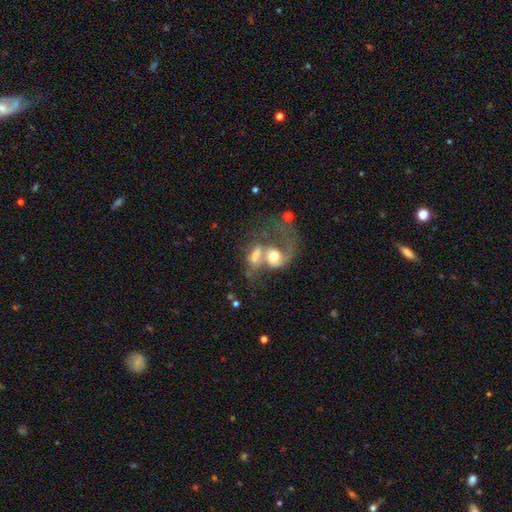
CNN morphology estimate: smooth_or_featured: featured or disk (p=0.50) [alt: smooth p=0.40]
merging: merger (p=0.67) [alt: major disturbance p=0.18]